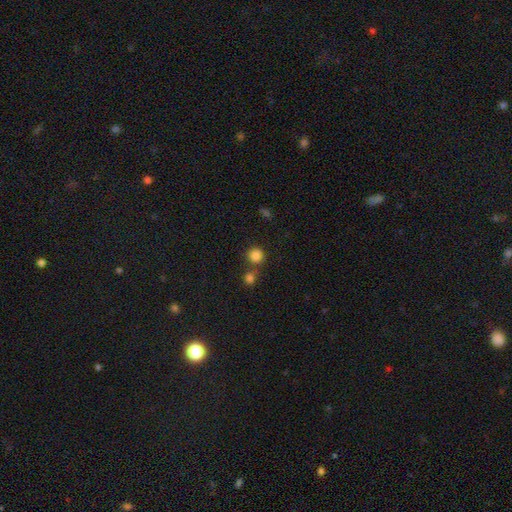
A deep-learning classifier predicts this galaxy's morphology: Q: Smooth or featured?
A: smooth (83%); runner-up: star or artifact (12%)
Q: How rounded?
A: round (92%); runner-up: in between (7%)
Q: Merging?
A: none (64%); runner-up: merger (24%)